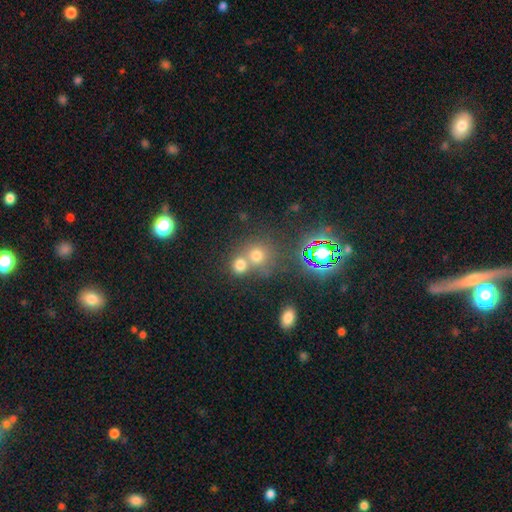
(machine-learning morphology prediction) Smooth or featured?
  - smooth: 47% *
  - star or artifact: 42%
  - featured or disk: 12%
Merging?
  - none: 53% *
  - merger: 37%
  - minor disturbance: 7%
  - major disturbance: 3%